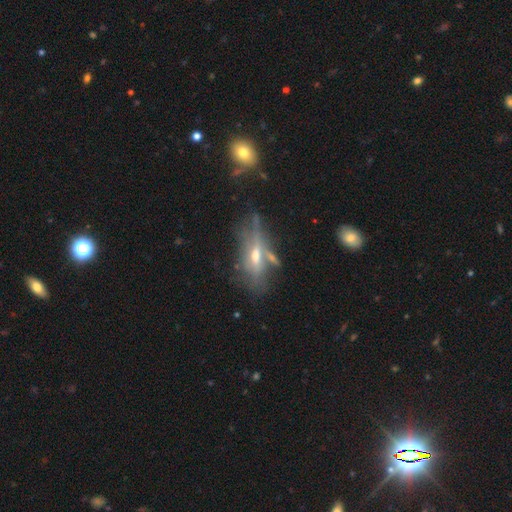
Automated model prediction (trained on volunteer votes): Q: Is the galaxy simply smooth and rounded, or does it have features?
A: featured or disk — 64%.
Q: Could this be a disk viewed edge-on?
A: yes — 70%.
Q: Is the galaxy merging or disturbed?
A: none — 53%.